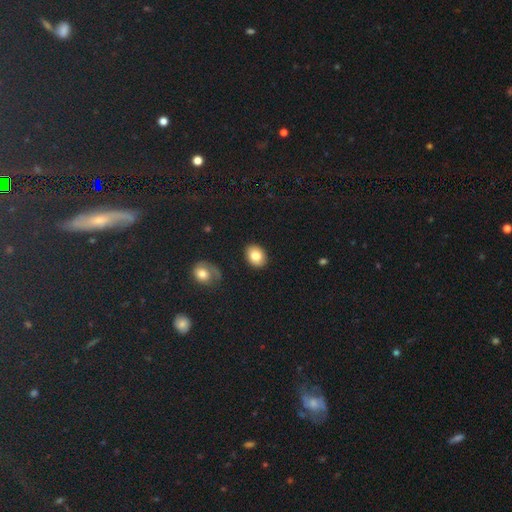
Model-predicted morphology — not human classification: Overall: smooth (81%). How rounded: in between (61%; round 38%). Merging: none (88%).